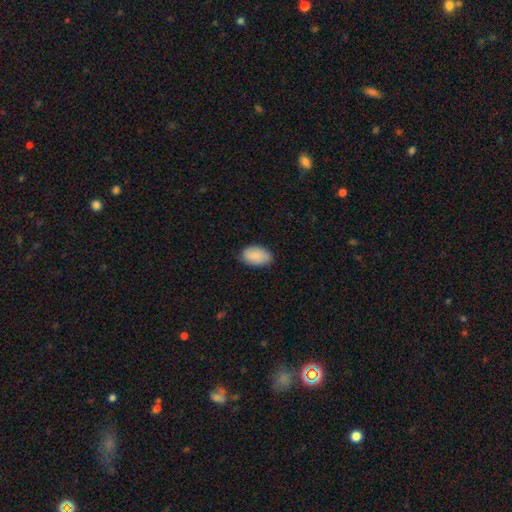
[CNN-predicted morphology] Smooth or featured? Predicted: smooth (p=0.89). How rounded? Predicted: in between (p=0.92). Merging? Predicted: none (p=0.80).